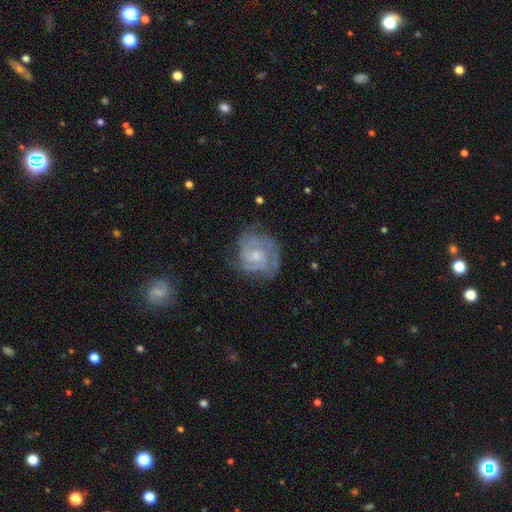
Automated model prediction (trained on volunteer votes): A featured or disk galaxy (85%) with no bar (61%), 2 (44%) tight (60%) spiral arms (96%) and a small central bulge (58%). Merging: none (68%).